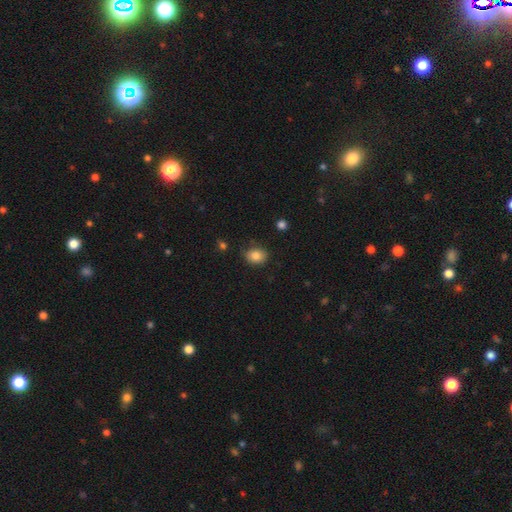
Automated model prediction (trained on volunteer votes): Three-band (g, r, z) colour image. It shows a smooth galaxy with no disk features (85%) that is in between round and cigar-shaped (50%). Merging: none (79%).